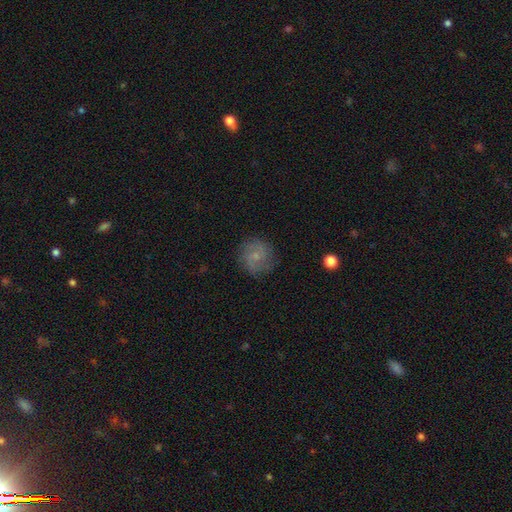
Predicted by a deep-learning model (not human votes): Overall: featured or disk (48%; smooth 43%). Merging: none (79%).